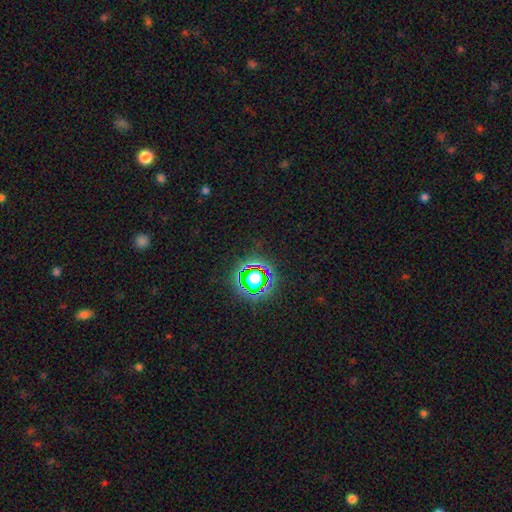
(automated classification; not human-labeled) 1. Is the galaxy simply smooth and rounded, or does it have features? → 78% star or artifact, 14% smooth, 7% featured or disk.